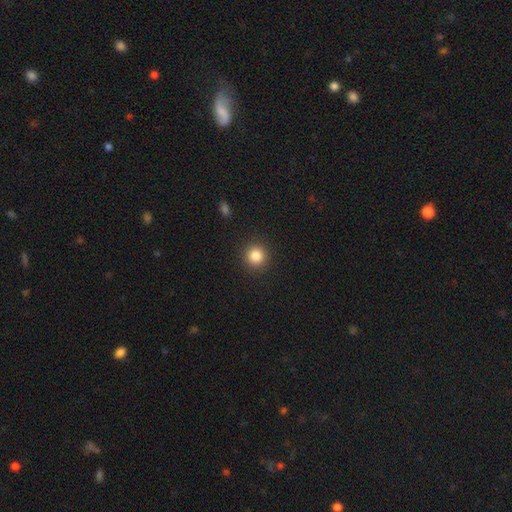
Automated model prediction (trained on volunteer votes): This is clearly a smooth galaxy (84%). How rounded: clearly round (93%). Merging: clearly none (92%).